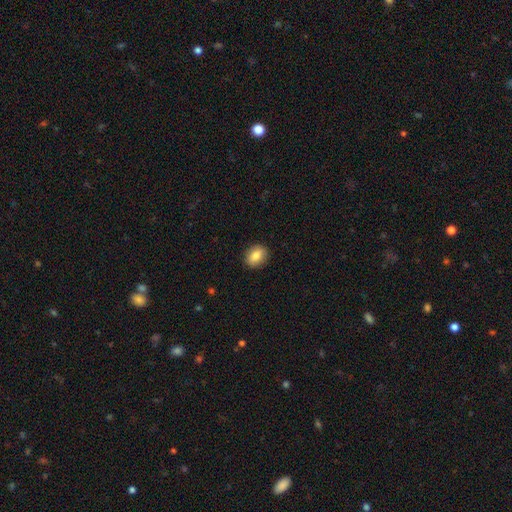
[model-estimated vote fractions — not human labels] Q: Smooth or featured?
A: smooth (82%); runner-up: featured or disk (10%)
Q: How rounded?
A: in between (55%); runner-up: round (44%)
Q: Merging?
A: none (90%); runner-up: minor disturbance (8%)